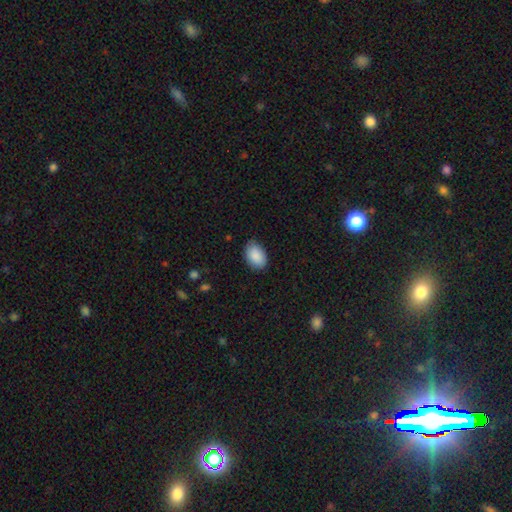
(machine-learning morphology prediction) A smooth galaxy with no disk features (90%) that is in between round and cigar-shaped (89%). Merging: none (81%).